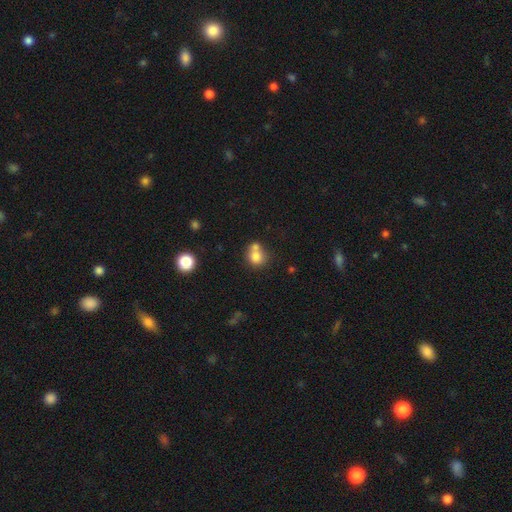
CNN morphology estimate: Smooth or featured? smooth (77%)
How rounded? round (80%)
Merging? merger (46%)